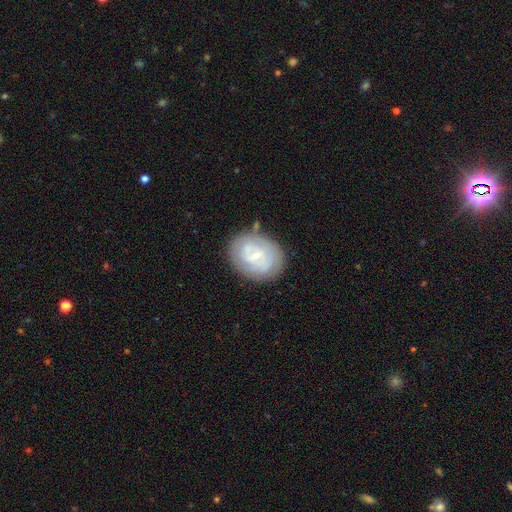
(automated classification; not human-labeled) smooth-or-featured: featured or disk: 72% | smooth: 22% | star or artifact: 6%
  disk-edge-on: no: 97% | yes: 3%
    bar: no: 53% | weak: 39% | strong: 8%
    has-spiral-arms: yes: 86% | no: 14%
      spiral-winding: tight: 65% | medium: 27% | loose: 8%
      spiral-arm-count: can't tell: 37% | 2: 35% | 3: 14% | 4: 6% | 1: 4% | more than 4: 4%
    bulge-size: small: 76% | moderate: 20% | none: 2% | large: 1% | dominant: 1%
  merging: none: 77% | minor disturbance: 16% | major disturbance: 5% | merger: 3%